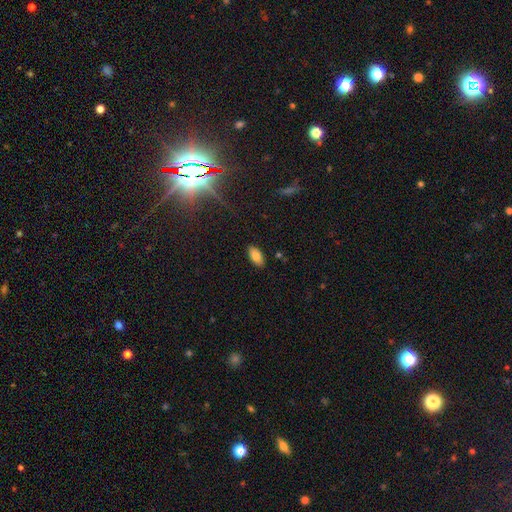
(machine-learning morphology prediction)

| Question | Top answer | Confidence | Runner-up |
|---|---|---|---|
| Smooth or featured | smooth | 81% | featured or disk (10%) |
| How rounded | in between | 93% | cigar-shaped (5%) |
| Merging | none | 88% | minor disturbance (9%) |